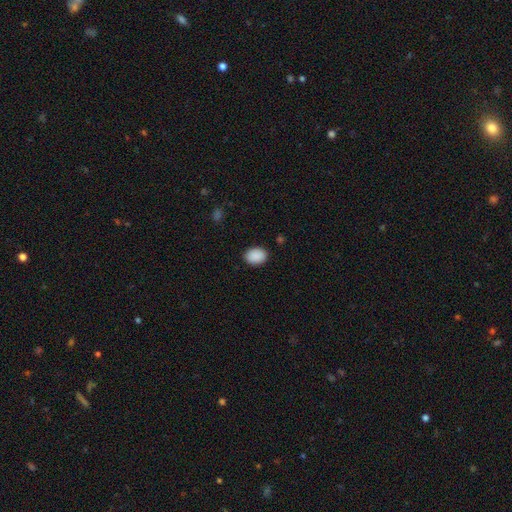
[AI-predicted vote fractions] smooth_or_featured: smooth (p=0.91) [alt: star or artifact p=0.07]
how_rounded: in between (p=0.75) [alt: round p=0.24]
merging: none (p=0.88) [alt: minor disturbance p=0.08]